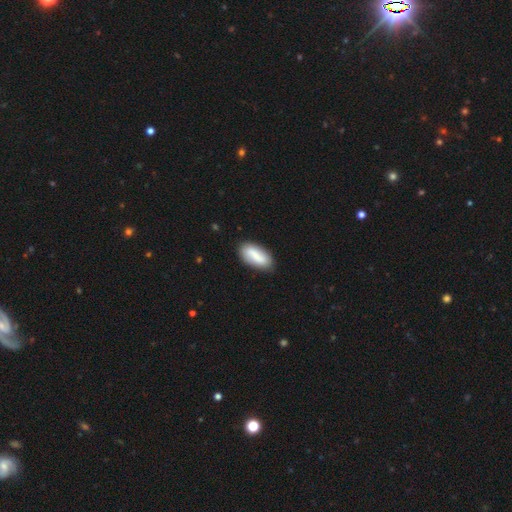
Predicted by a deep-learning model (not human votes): Overall: smooth (77%). How rounded: in between (87%). Merging: none (80%).